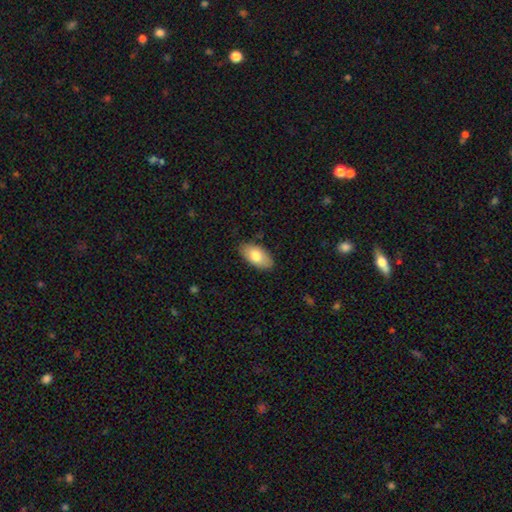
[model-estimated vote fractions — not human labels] smooth-or-featured: smooth: 76% | featured or disk: 18% | star or artifact: 6%
  how-rounded: in between: 94% | round: 3% | cigar-shaped: 2%
  merging: none: 86% | minor disturbance: 11% | major disturbance: 2% | merger: 1%